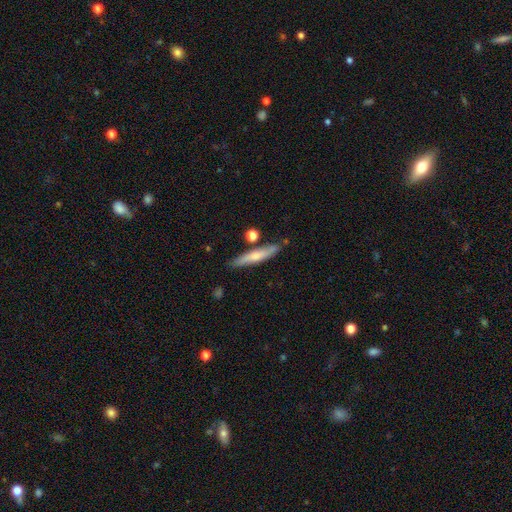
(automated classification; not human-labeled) A smooth galaxy with no disk features (60%) that is cigar-shaped (90%).

Vote fractions:
- Smooth or featured? smooth: 60% / featured or disk: 34% / star or artifact: 6%
- How rounded? cigar-shaped: 90% / in between: 9% / round: 2%
- Merging? none: 80% / minor disturbance: 12% / merger: 5% / major disturbance: 2%